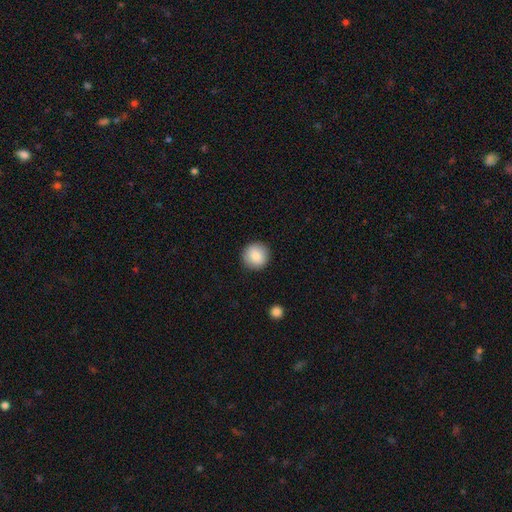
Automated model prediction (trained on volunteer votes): Smooth or featured? smooth (85%)
How rounded? round (95%)
Merging? none (92%)